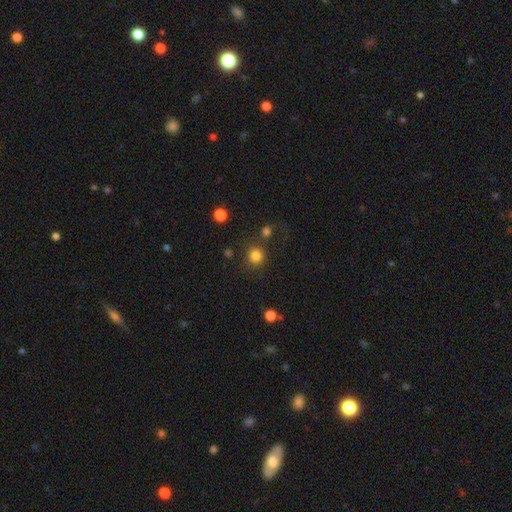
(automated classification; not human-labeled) This appears to be a smooth galaxy with no disk features (82%) that is round (92%). Merging: none (78%).